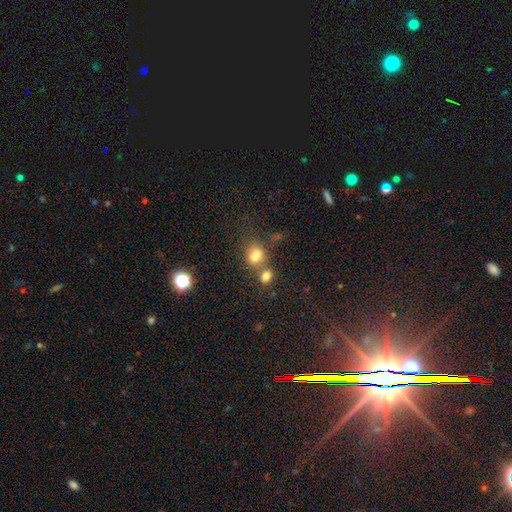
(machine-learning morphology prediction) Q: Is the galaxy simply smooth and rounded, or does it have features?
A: smooth — 69%.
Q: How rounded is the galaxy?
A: round — 49%, tied with in between.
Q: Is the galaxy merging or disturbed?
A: merger — 54%.